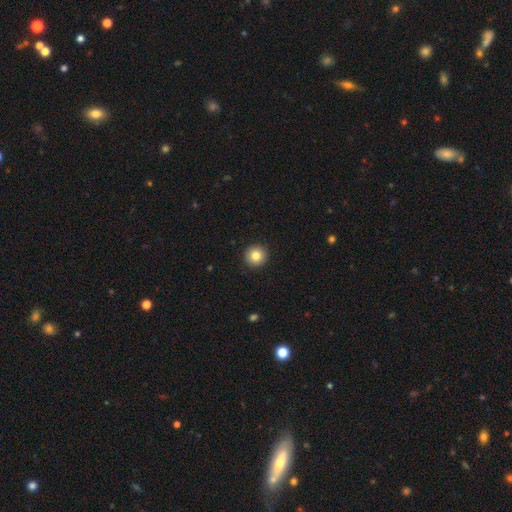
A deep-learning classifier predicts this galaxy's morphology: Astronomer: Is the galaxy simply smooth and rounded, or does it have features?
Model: smooth — 84%.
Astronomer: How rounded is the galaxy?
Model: round — 96%.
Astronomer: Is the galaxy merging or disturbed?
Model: none — 93%.